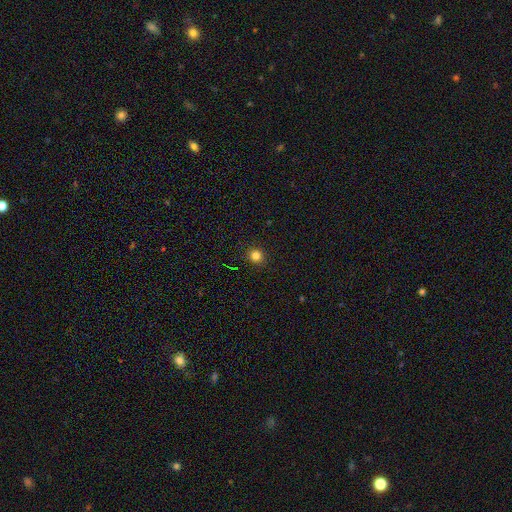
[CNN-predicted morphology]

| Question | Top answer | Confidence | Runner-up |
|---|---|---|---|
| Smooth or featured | smooth | 81% | star or artifact (15%) |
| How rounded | round | 93% | in between (6%) |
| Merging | none | 92% | minor disturbance (5%) |